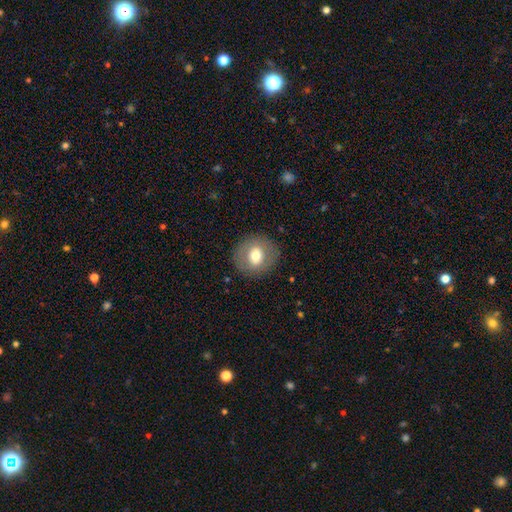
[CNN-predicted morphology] smooth_or_featured: smooth (p=0.65) [alt: featured or disk p=0.27]
how_rounded: round (p=0.81) [alt: in between p=0.18]
merging: none (p=0.86) [alt: minor disturbance p=0.09]